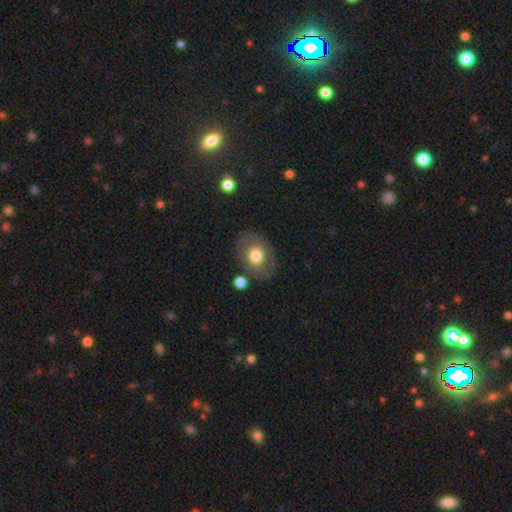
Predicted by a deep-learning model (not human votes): Smooth or featured? smooth (70%)
How rounded? in between (60%)
Merging? none (77%)